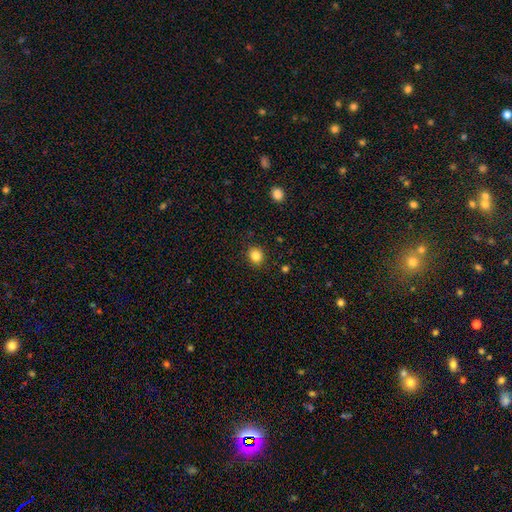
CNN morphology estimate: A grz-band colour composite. It shows a smooth galaxy with no disk features (84%) that is round (76%). Merging: none (89%).